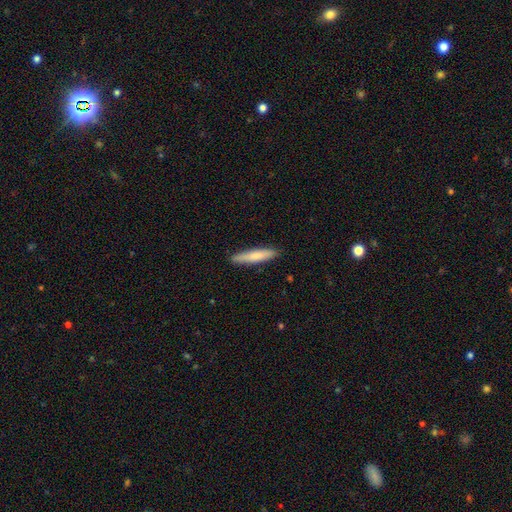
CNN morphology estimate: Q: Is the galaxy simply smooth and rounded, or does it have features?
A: smooth — 75%.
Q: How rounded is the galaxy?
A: cigar-shaped — 89%.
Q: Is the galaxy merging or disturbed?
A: none — 90%.